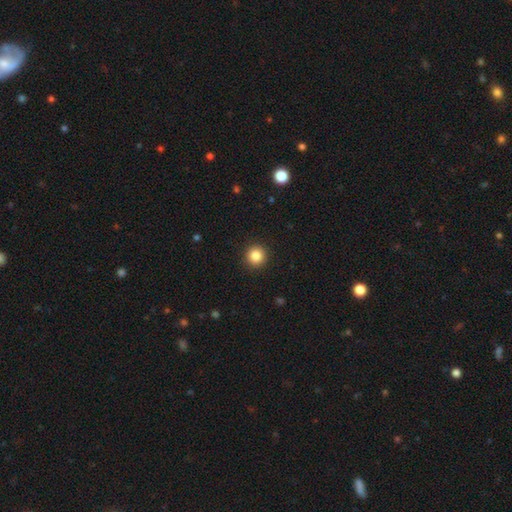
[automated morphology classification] smooth 85%, star or artifact 10%, featured or disk 4%. Down the decision tree: how rounded — round (95%); merging — none (93%).